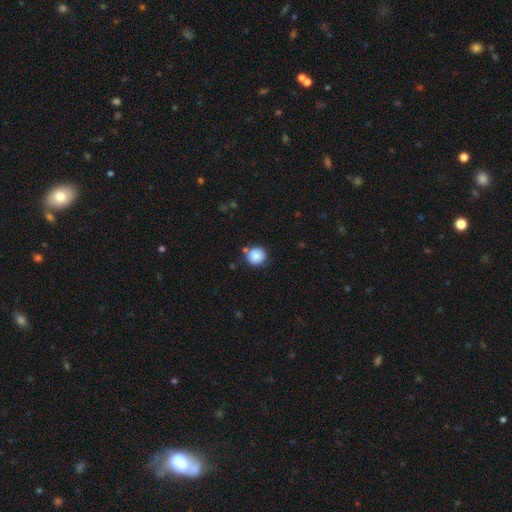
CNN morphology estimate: smooth-or-featured: smooth: 87% | star or artifact: 9% | featured or disk: 4%
  how-rounded: round: 92% | in between: 7% | cigar-shaped: 1%
  merging: none: 76% | minor disturbance: 12% | merger: 8% | major disturbance: 3%